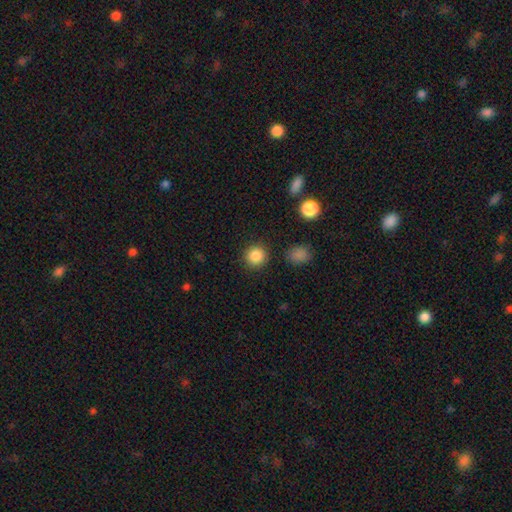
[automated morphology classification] Smooth or featured? smooth (86%)
How rounded? round (93%)
Merging? none (90%)